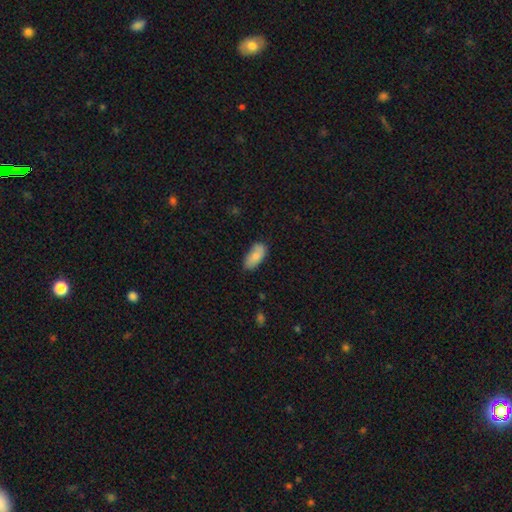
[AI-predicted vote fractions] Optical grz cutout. It shows a smooth galaxy with no disk features (83%) that is in between round and cigar-shaped (91%). Merging: none (67%).